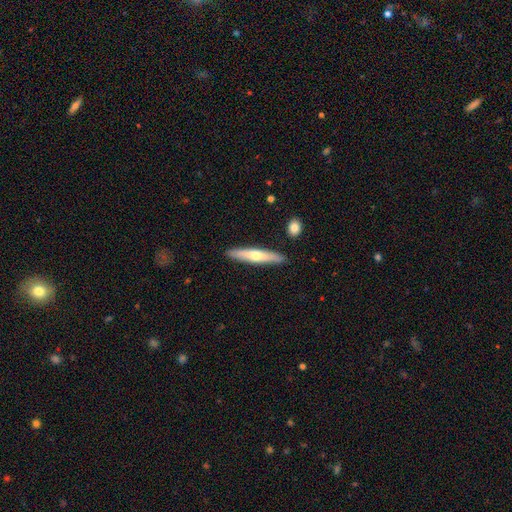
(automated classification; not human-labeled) A featured or disk galaxy (48%).

Vote fractions:
- Smooth or featured? featured or disk: 48% / smooth: 47% / star or artifact: 5%
- Merging? none: 89% / minor disturbance: 7% / merger: 2% / major disturbance: 2%